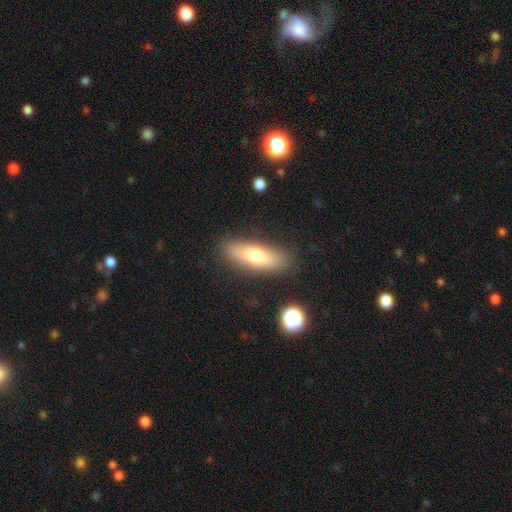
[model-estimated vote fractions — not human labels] smooth_or_featured: smooth (p=0.67) [alt: featured or disk p=0.26]
how_rounded: cigar-shaped (p=0.49) [tied with: in between p=0.49]
merging: none (p=0.86) [alt: minor disturbance p=0.10]